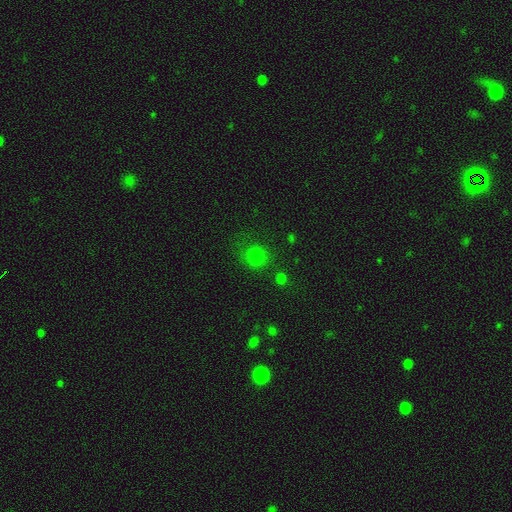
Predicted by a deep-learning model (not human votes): This is likely a smooth galaxy (77%). How rounded: clearly round (87%). Merging: likely none (79%).